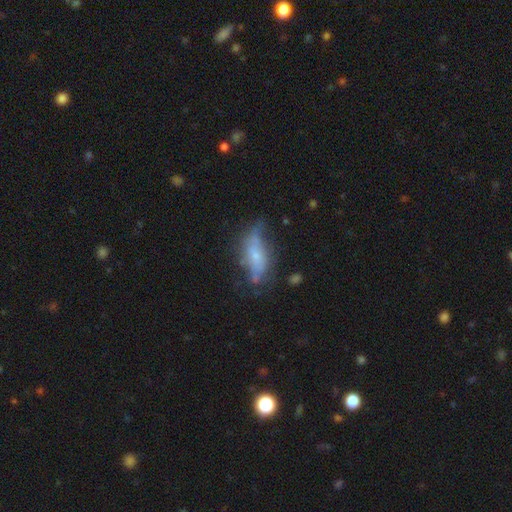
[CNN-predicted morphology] The model was most divided on "smooth or featured": featured or disk: 51%, smooth: 39%, star or artifact: 10%. Remaining: edge-on disk — no (63%); merging — none (45%).